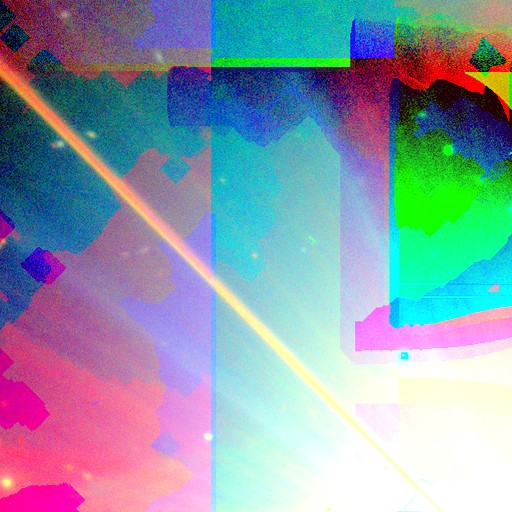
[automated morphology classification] type=star or artifact (87%).